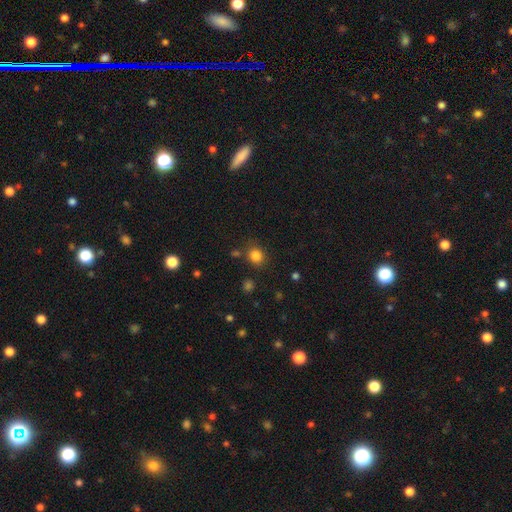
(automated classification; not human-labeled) This is clearly a smooth galaxy (83%). How rounded: likely round (77%). Merging: clearly none (81%).